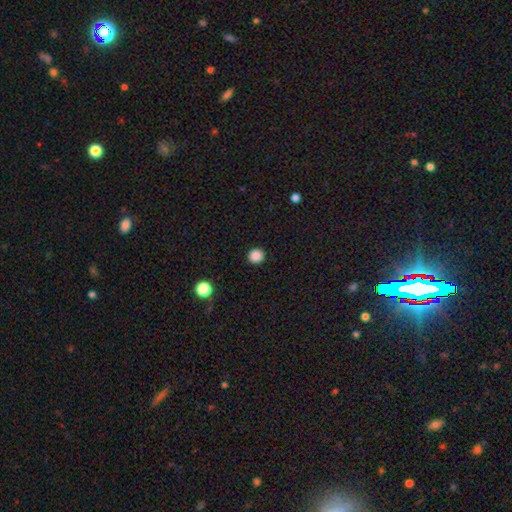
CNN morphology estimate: smooth 87%, star or artifact 11%, featured or disk 3%. Down the decision tree: how rounded — round (93%); merging — none (93%).